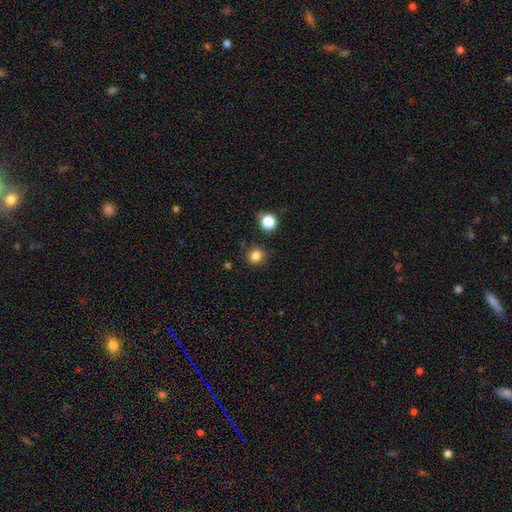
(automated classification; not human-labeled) Overall: smooth (84%). How rounded: round (88%). Merging: none (86%).